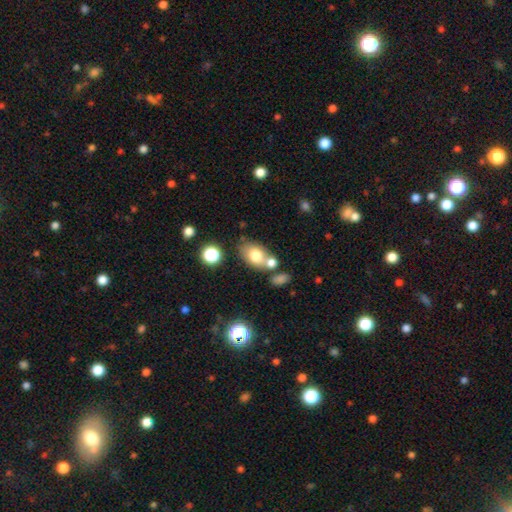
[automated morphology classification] Smooth or featured?
  - smooth: 74% *
  - featured or disk: 16%
  - star or artifact: 10%
How rounded?
  - in between: 79% *
  - round: 20%
  - cigar-shaped: 2%
Merging?
  - none: 56% *
  - merger: 24%
  - minor disturbance: 14%
  - major disturbance: 5%